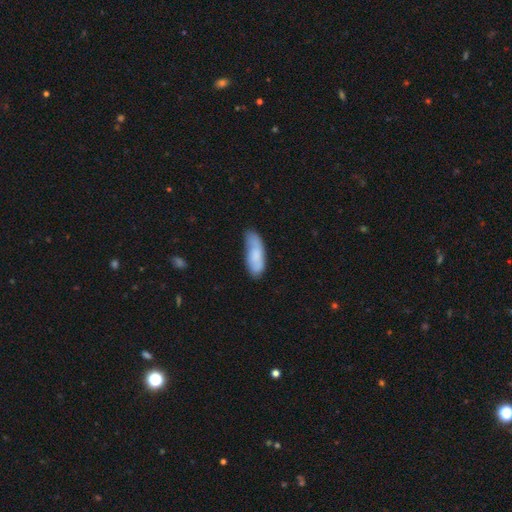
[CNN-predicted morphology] Q: Smooth or featured?
A: smooth (79%); runner-up: featured or disk (15%)
Q: How rounded?
A: in between (69%); runner-up: cigar-shaped (29%)
Q: Merging?
A: none (58%); runner-up: minor disturbance (32%)